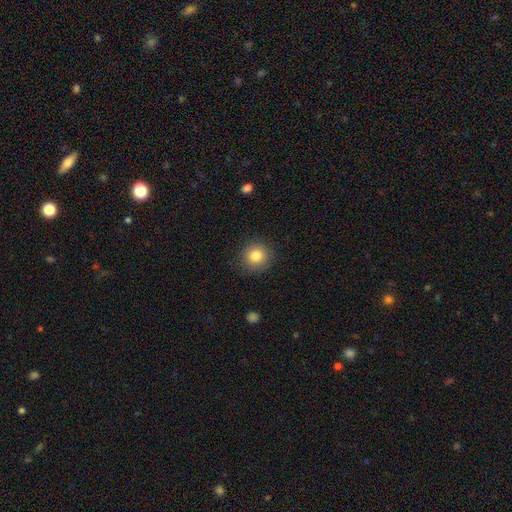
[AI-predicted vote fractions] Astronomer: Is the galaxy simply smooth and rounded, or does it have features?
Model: smooth — 84%.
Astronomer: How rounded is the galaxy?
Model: round — 90%.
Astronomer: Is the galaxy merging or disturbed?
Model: none — 88%.